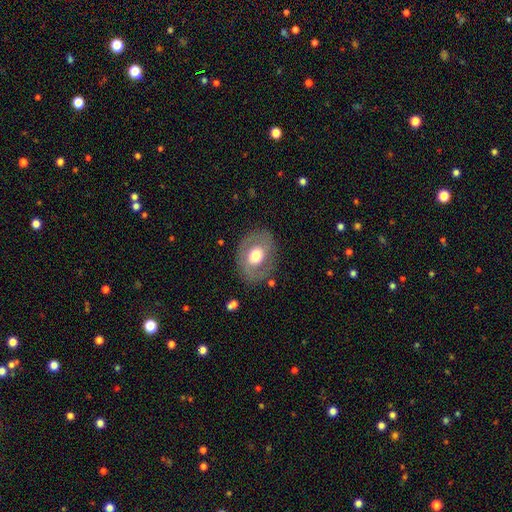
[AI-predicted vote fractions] Morphology: type=smooth (47%); merging=none (78%).